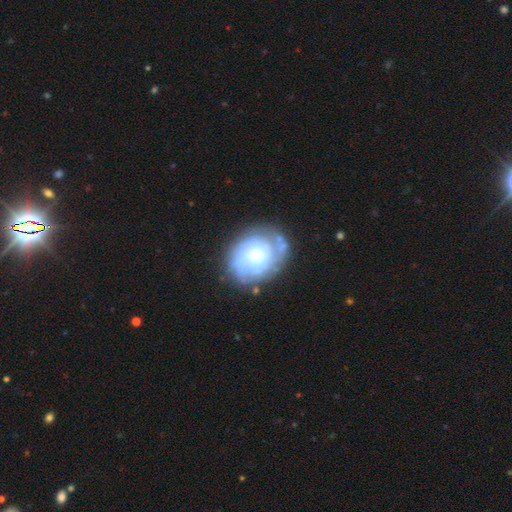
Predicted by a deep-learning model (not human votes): smooth_or_featured: featured or disk (p=0.65) [alt: smooth p=0.29]
disk_edge_on: no (p=0.97) [alt: yes p=0.03]
bar: no (p=0.73) [alt: weak p=0.24]
has_spiral_arms: yes (p=0.73) [alt: no p=0.27]
bulge_size: moderate (p=0.60) [alt: small p=0.29]
merging: none (p=0.65) [alt: minor disturbance p=0.21]